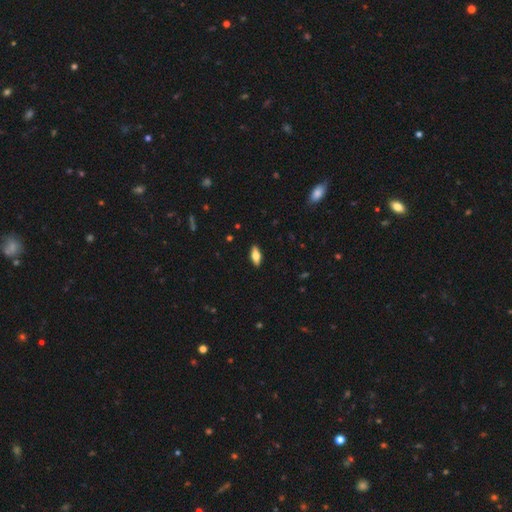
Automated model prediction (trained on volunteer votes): A smooth galaxy with no disk features (62%) that is in between round and cigar-shaped (76%).

Vote fractions:
- Smooth or featured? smooth: 62% / featured or disk: 32% / star or artifact: 7%
- How rounded? in between: 76% / cigar-shaped: 22% / round: 3%
- Merging? none: 89% / minor disturbance: 8% / major disturbance: 2% / merger: 1%